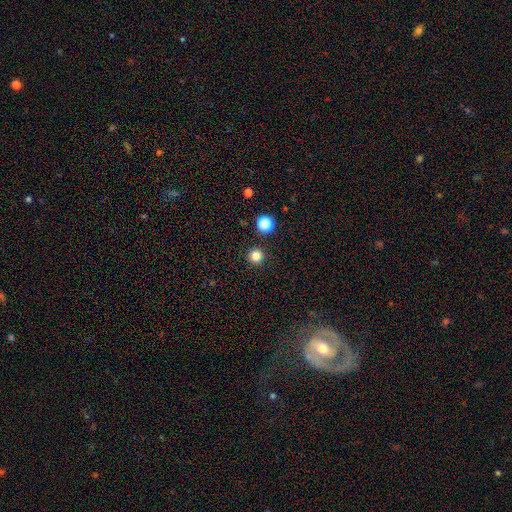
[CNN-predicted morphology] smooth_or_featured: smooth (p=0.82) [alt: star or artifact p=0.14]
how_rounded: round (p=0.96) [alt: in between p=0.03]
merging: none (p=0.93) [alt: minor disturbance p=0.04]